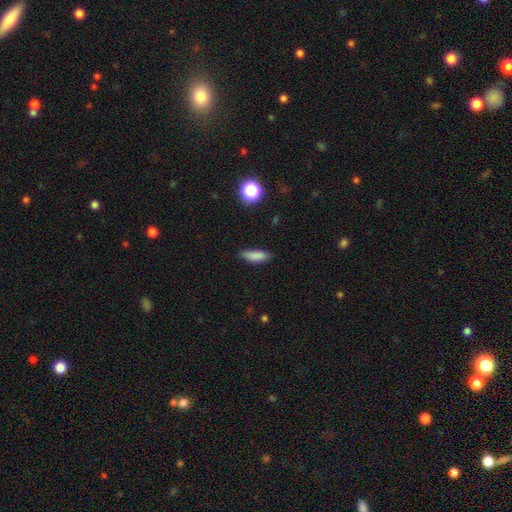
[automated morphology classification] This is clearly a smooth galaxy (84%). How rounded: likely in between (60%). Merging: likely none (74%).